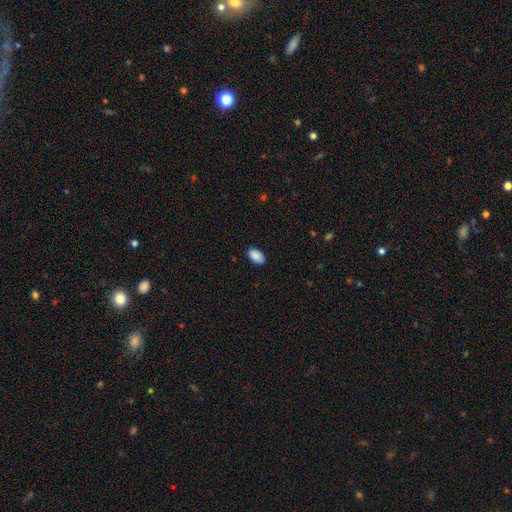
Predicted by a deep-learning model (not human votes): smooth-or-featured: smooth: 90% | star or artifact: 7% | featured or disk: 3%
  how-rounded: in between: 94% | round: 4% | cigar-shaped: 1%
  merging: none: 86% | minor disturbance: 11% | major disturbance: 2% | merger: 1%